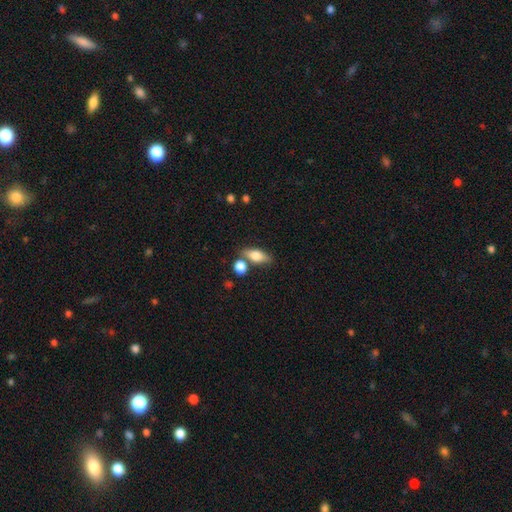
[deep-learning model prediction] Smooth or featured: smooth — 70% (featured or disk — 22%)
How rounded: in between — 73% (cigar-shaped — 19%)
Merging: none — 68% (merger — 16%)